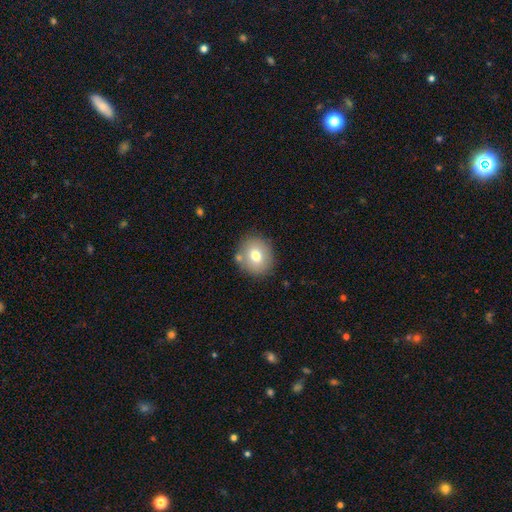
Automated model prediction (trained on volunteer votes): smooth 73%, featured or disk 17%, star or artifact 10%. Down the decision tree: how rounded — round (80%); merging — none (78%).